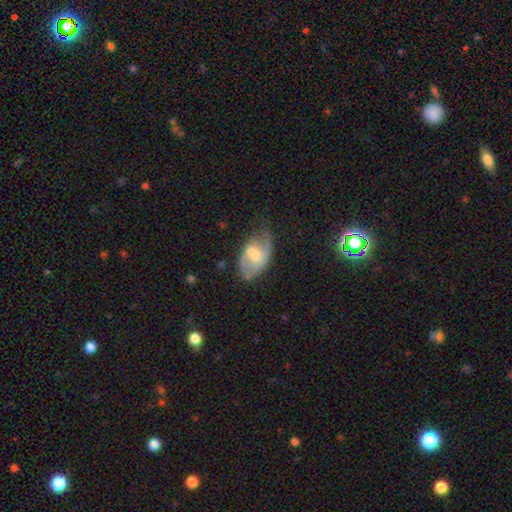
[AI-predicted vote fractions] Smooth or featured: featured or disk — 65% (smooth — 27%)
Edge-on disk: no — 95% (yes — 5%)
Bar: weak — 50% (no — 36%)
Spiral arms: yes — 78% (no — 22%)
Bulge size: moderate — 43% (small — 35%)
Merging: none — 52% (minor disturbance — 28%)